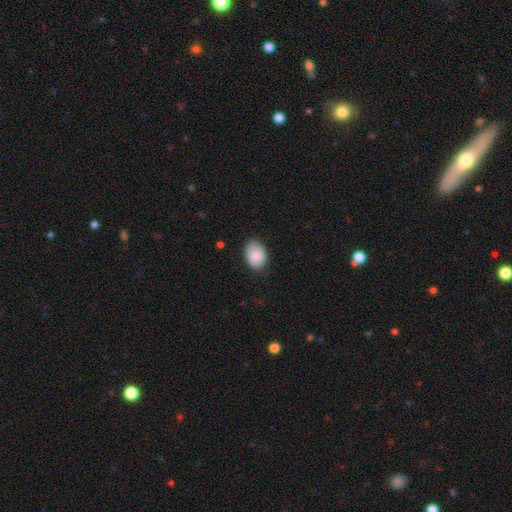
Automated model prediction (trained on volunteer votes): This is clearly a smooth galaxy (85%). How rounded: clearly in between (80%). Merging: likely none (79%).